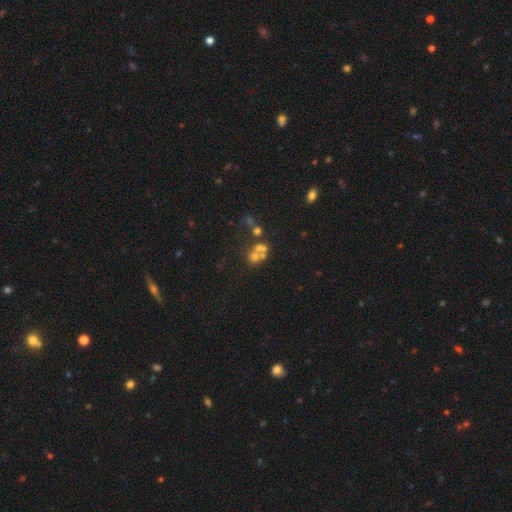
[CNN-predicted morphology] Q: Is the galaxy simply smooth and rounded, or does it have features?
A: smooth — 42%.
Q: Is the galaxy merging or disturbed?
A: merger — 47%.